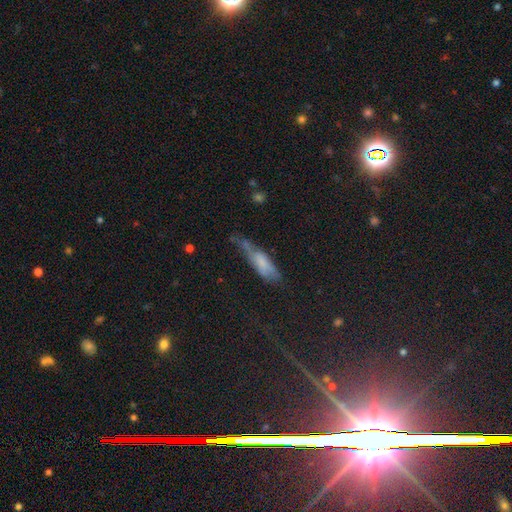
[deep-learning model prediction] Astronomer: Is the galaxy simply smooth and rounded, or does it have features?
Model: smooth — 55% (runner-up: featured or disk, 31%).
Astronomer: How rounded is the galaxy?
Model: cigar-shaped — 60% (runner-up: in between, 37%).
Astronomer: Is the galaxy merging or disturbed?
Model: none — 40% (runner-up: minor disturbance, 35%).